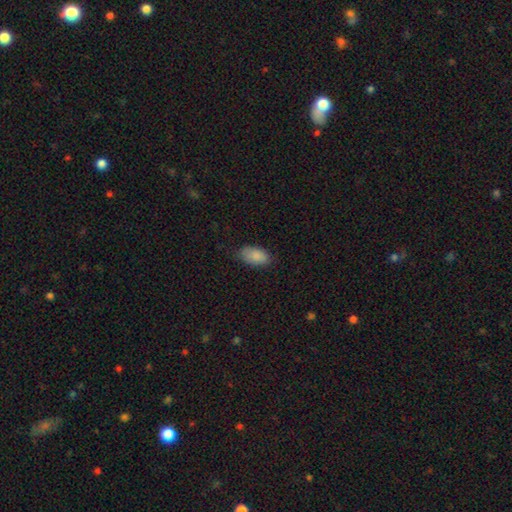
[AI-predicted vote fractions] Q: Smooth or featured?
A: smooth (88%); runner-up: star or artifact (7%)
Q: How rounded?
A: in between (94%); runner-up: round (4%)
Q: Merging?
A: none (77%); runner-up: minor disturbance (18%)